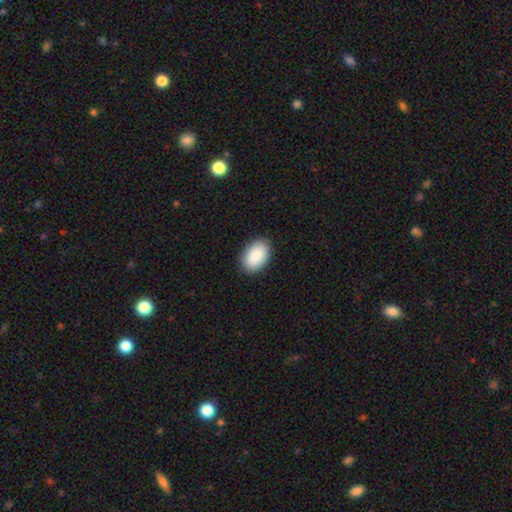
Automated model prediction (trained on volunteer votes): Smooth or featured: smooth — 91% (star or artifact — 6%)
How rounded: in between — 92% (round — 7%)
Merging: none — 89% (minor disturbance — 8%)